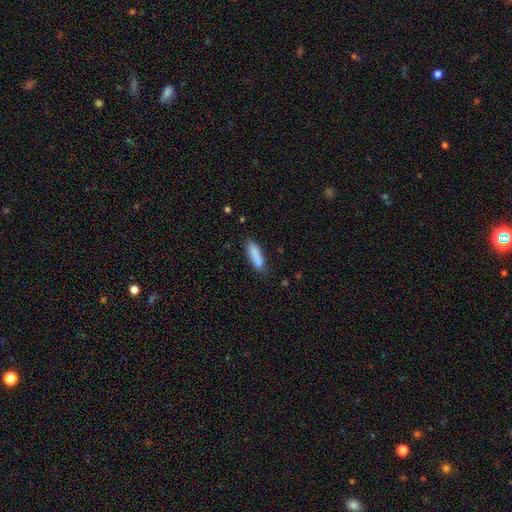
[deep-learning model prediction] This is clearly a smooth galaxy (86%). How rounded: possibly cigar-shaped (53%). Merging: likely none (74%).